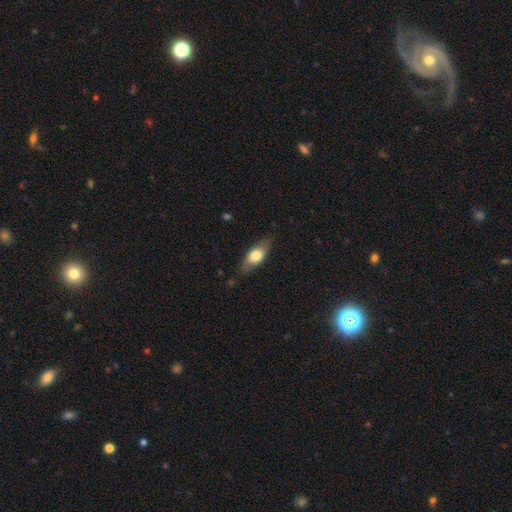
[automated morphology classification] The model was most divided on "smooth or featured": smooth: 67%, featured or disk: 27%, star or artifact: 6%. More confident: how rounded — in between (81%); merging — none (78%).